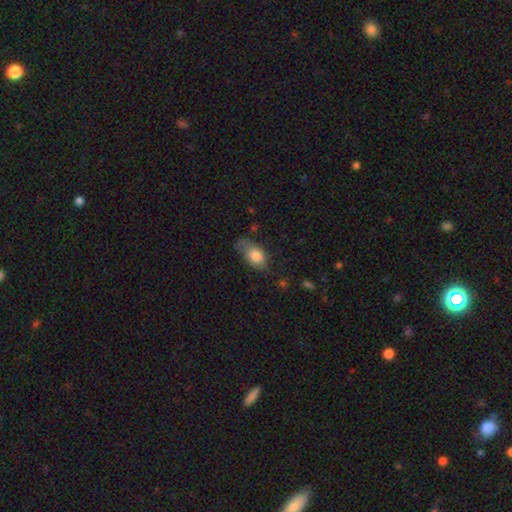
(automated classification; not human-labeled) Smooth or featured?
  - smooth: 78% *
  - featured or disk: 15%
  - star or artifact: 8%
How rounded?
  - in between: 88% *
  - round: 10%
  - cigar-shaped: 2%
Merging?
  - none: 38% *
  - minor disturbance: 36%
  - major disturbance: 24%
  - merger: 3%